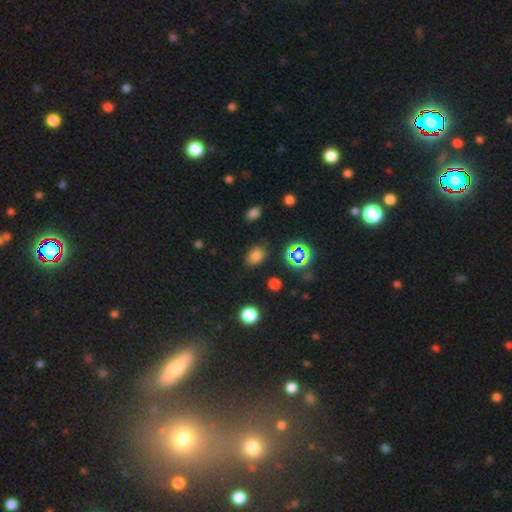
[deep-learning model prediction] smooth_or_featured: smooth (p=0.74) [alt: star or artifact p=0.20]
how_rounded: in between (p=0.78) [alt: round p=0.20]
merging: none (p=0.81) [alt: minor disturbance p=0.13]